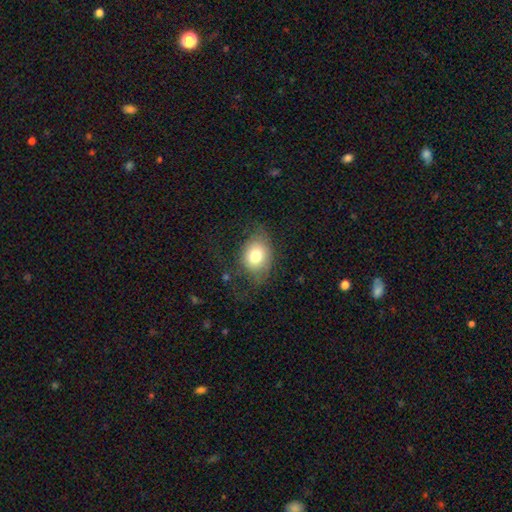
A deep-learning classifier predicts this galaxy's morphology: smooth-or-featured: smooth: 75% | featured or disk: 15% | star or artifact: 10%
  how-rounded: in between: 54% | round: 45% | cigar-shaped: 1%
  merging: none: 60% | minor disturbance: 24% | major disturbance: 15% | merger: 1%